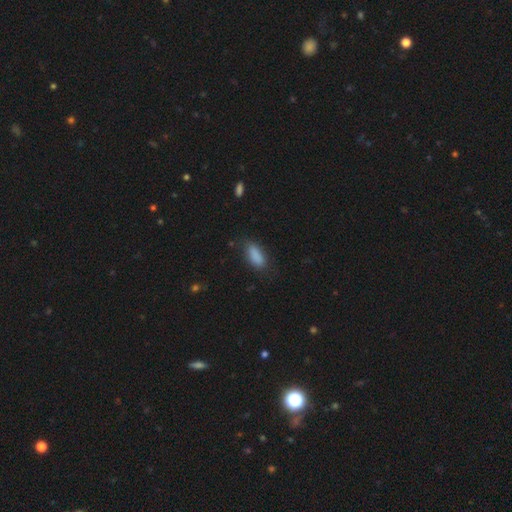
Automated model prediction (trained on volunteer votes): Q: Smooth or featured?
A: smooth (87%); runner-up: star or artifact (8%)
Q: How rounded?
A: in between (80%); runner-up: cigar-shaped (18%)
Q: Merging?
A: none (76%); runner-up: minor disturbance (18%)